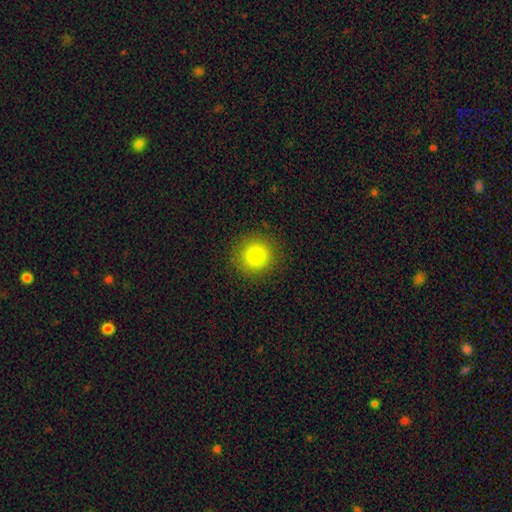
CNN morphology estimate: Smooth or featured?
  - smooth: 79% *
  - star or artifact: 13%
  - featured or disk: 8%
How rounded?
  - round: 94% *
  - in between: 5%
  - cigar-shaped: 1%
Merging?
  - none: 91% *
  - minor disturbance: 6%
  - major disturbance: 2%
  - merger: 1%